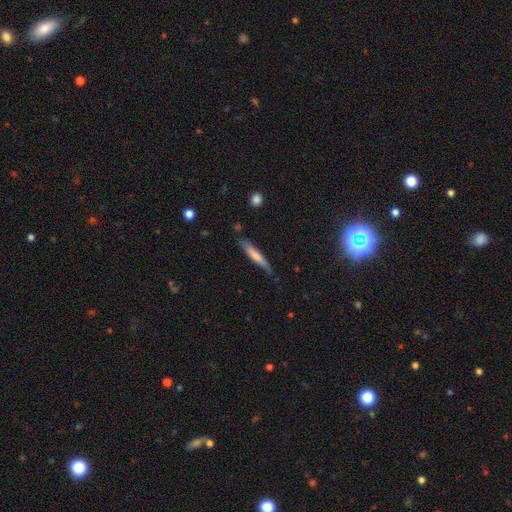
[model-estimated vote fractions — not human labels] Smooth or featured? Predicted: smooth (p=0.64). How rounded? Predicted: cigar-shaped (p=0.92). Merging? Predicted: none (p=0.79).